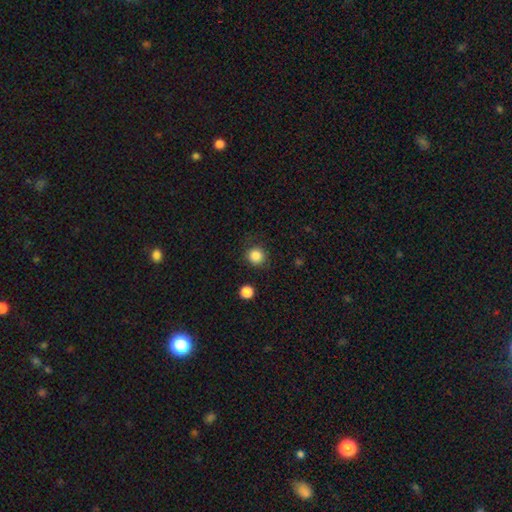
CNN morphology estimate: Overall: smooth (85%). How rounded: round (92%). Merging: none (86%).